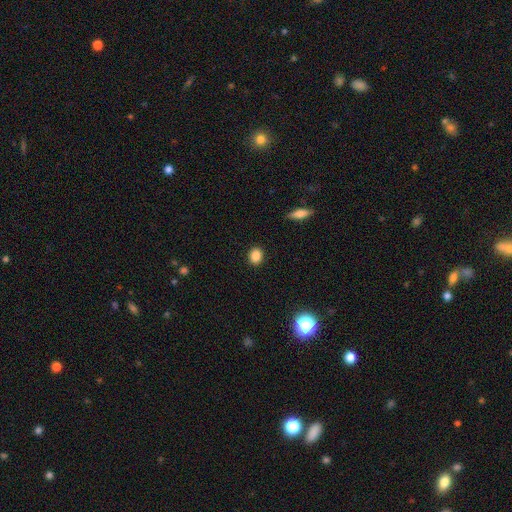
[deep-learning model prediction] smooth 87%, star or artifact 9%, featured or disk 4%. Down the decision tree: how rounded — round (53%); merging — none (90%).